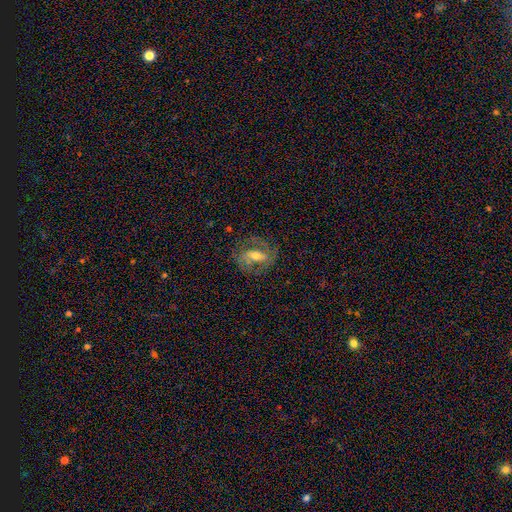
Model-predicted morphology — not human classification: The model was most divided on "bar": strong: 43%, weak: 37%, no: 20%. Remaining: edge-on disk — no (92%); spiral arms — yes (87%); spiral arm count — 2 (75%); smooth or featured — featured or disk (73%); merging — none (73%); bulge size — moderate (64%); spiral winding — medium (45%).